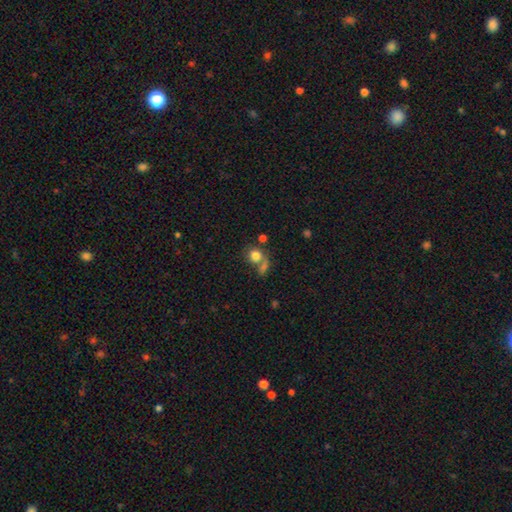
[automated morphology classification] This is likely a smooth galaxy (79%). How rounded: clearly round (80%). Merging: marginally none (42%).